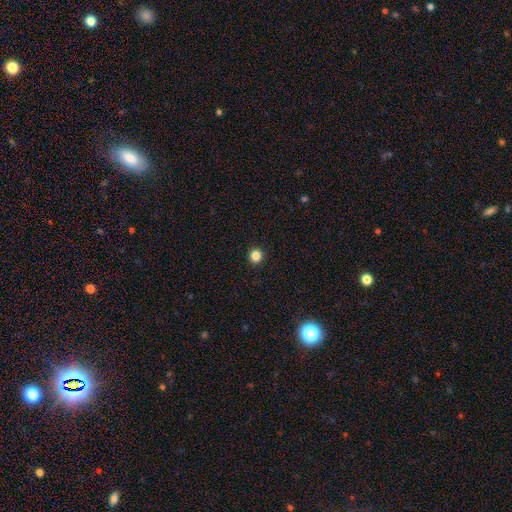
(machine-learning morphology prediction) type=smooth (85%); roundness=round (94%); merging=none (94%).